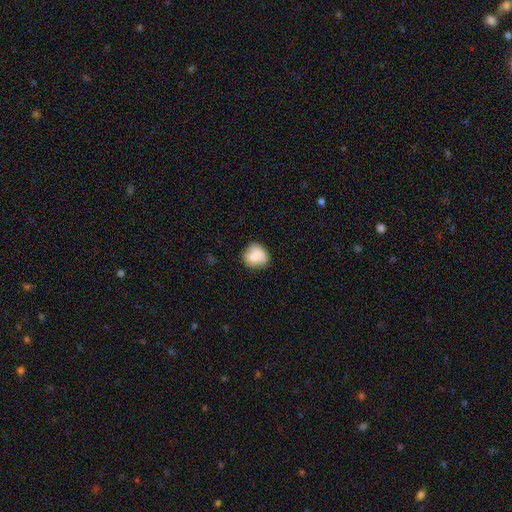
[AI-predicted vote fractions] Smooth or featured: smooth — 76% (featured or disk — 15%)
How rounded: round — 78% (in between — 21%)
Merging: none — 59% (minor disturbance — 25%)